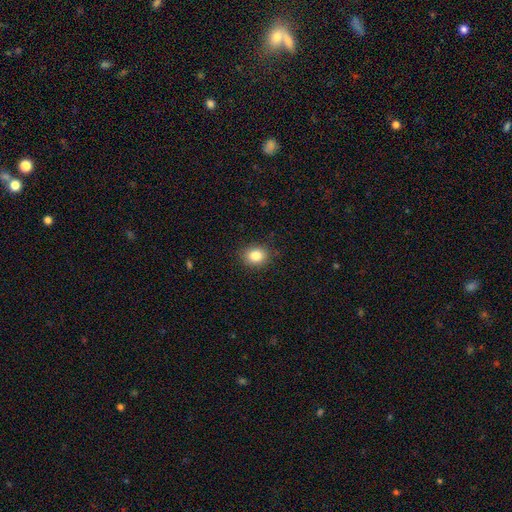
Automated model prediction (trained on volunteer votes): Smooth or featured?
  - smooth: 84% *
  - star or artifact: 10%
  - featured or disk: 6%
How rounded?
  - round: 64% *
  - in between: 35%
  - cigar-shaped: 1%
Merging?
  - none: 88% *
  - minor disturbance: 9%
  - major disturbance: 2%
  - merger: 1%